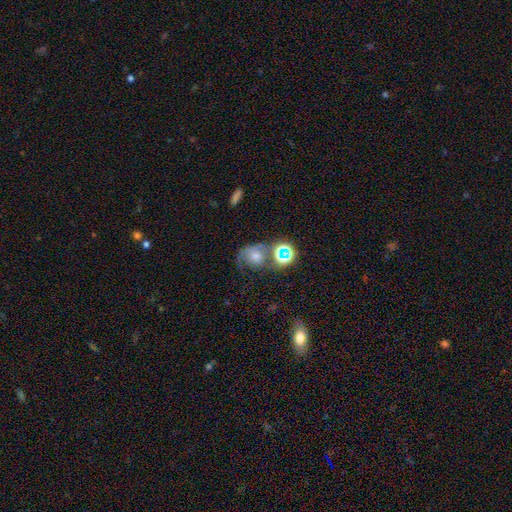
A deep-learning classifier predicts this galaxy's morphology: type=featured or disk (40%); merging=none (42%).